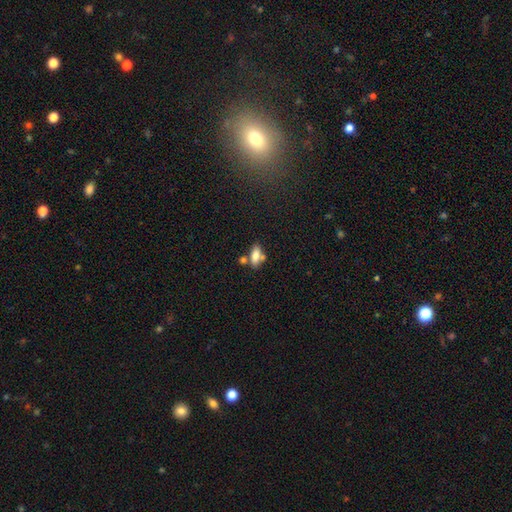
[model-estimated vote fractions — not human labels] smooth-or-featured: smooth: 72% | featured or disk: 20% | star or artifact: 9%
  how-rounded: in between: 80% | cigar-shaped: 15% | round: 5%
  merging: none: 56% | merger: 23% | minor disturbance: 15% | major disturbance: 5%